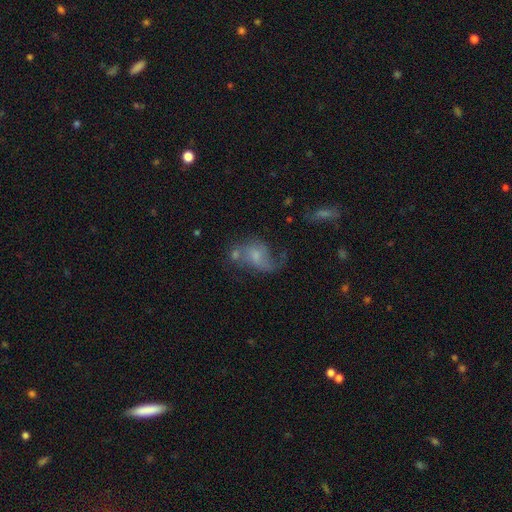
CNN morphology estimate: Smooth or featured?
  - featured or disk: 57% *
  - smooth: 32%
  - star or artifact: 11%
Edge-on disk?
  - no: 97% *
  - yes: 3%
Bar?
  - no: 62% *
  - weak: 32%
  - strong: 6%
Spiral arms?
  - yes: 78% *
  - no: 22%
Bulge size?
  - small: 48% *
  - moderate: 31%
  - none: 15%
  - large: 4%
  - dominant: 2%
Merging?
  - none: 35% *
  - major disturbance: 29%
  - minor disturbance: 21%
  - merger: 15%